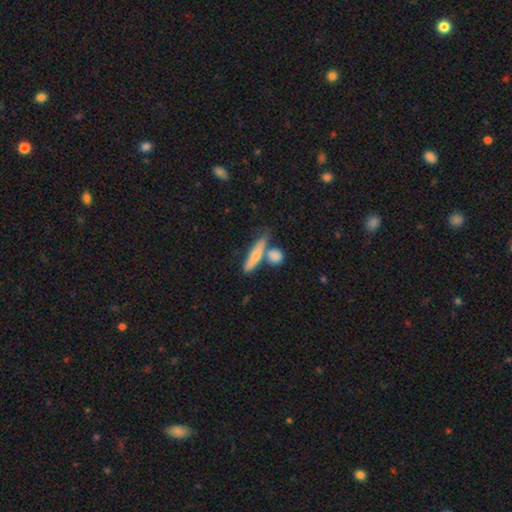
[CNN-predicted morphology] This is likely a smooth galaxy (64%). How rounded: likely cigar-shaped (74%). Merging: possibly none (57%).